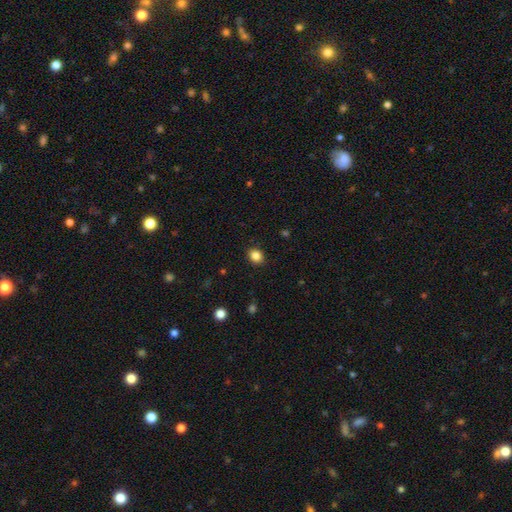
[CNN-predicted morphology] smooth 85%, star or artifact 10%, featured or disk 5%. Down the decision tree: how rounded — round (58%); merging — none (90%).